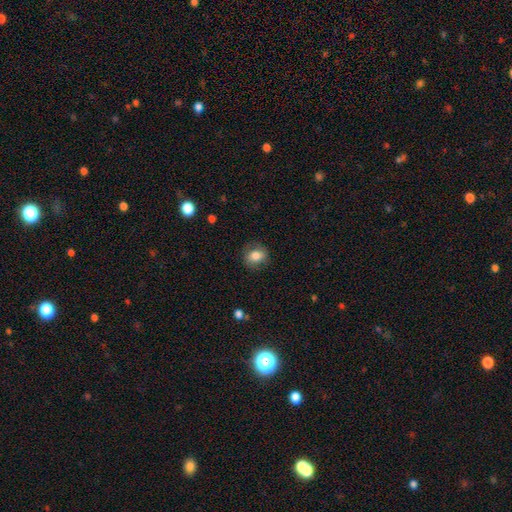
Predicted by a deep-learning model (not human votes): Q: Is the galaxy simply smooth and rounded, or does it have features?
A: smooth — 75%.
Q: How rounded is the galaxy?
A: round — 59%.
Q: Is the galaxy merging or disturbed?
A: none — 79%.